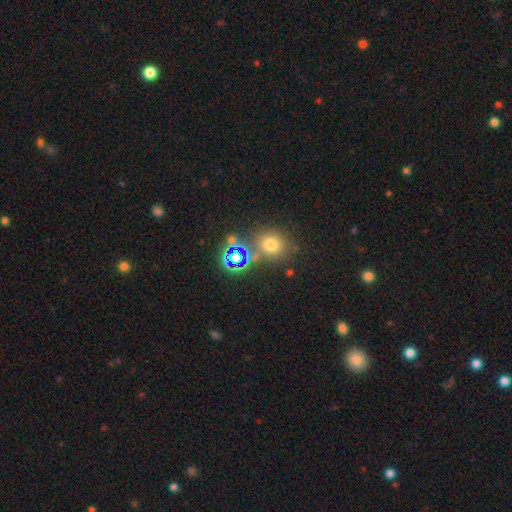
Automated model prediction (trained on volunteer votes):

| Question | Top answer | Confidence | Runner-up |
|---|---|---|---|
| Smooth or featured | smooth | 54% | star or artifact (37%) |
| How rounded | round | 78% | in between (21%) |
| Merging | none | 68% | merger (18%) |